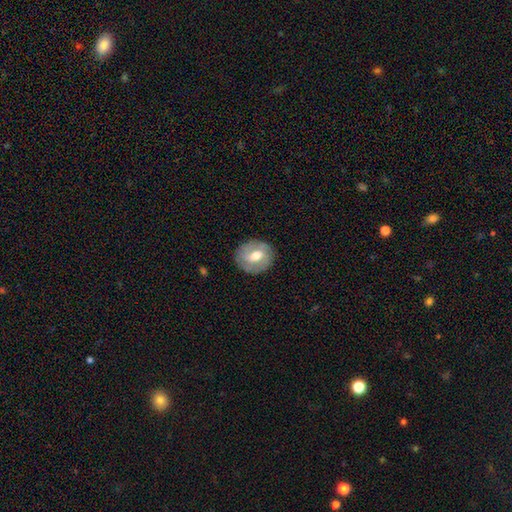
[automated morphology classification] Q: Smooth or featured?
A: featured or disk (52%); runner-up: smooth (41%)
Q: Edge-on disk?
A: no (95%); runner-up: yes (5%)
Q: Merging?
A: none (84%); runner-up: minor disturbance (11%)